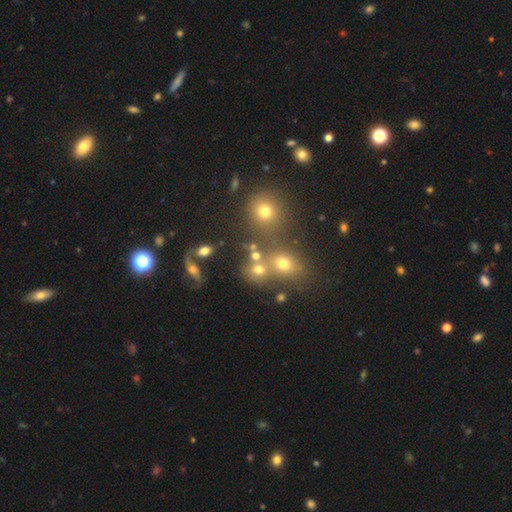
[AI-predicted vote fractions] The model was most divided on "merging": none: 54%, merger: 30%, minor disturbance: 10%, major disturbance: 6%. More confident: how rounded — round (69%); smooth or featured — smooth (67%).